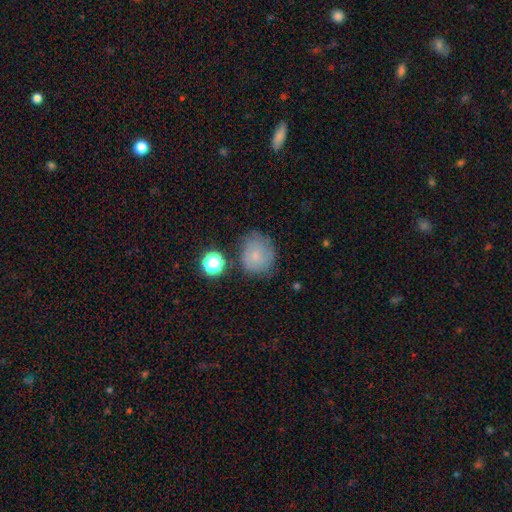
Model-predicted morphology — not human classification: This appears to be a smooth galaxy with no disk features (69%) that is round (77%). Merging: none (67%).